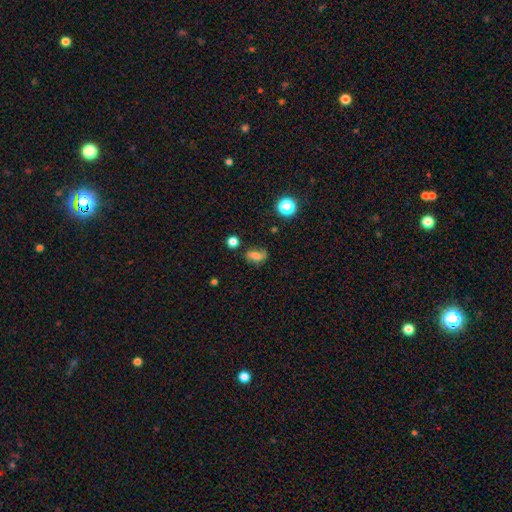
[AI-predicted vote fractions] Smooth or featured: smooth — 63% (featured or disk — 22%)
How rounded: in between — 76% (round — 18%)
Merging: none — 61% (minor disturbance — 25%)